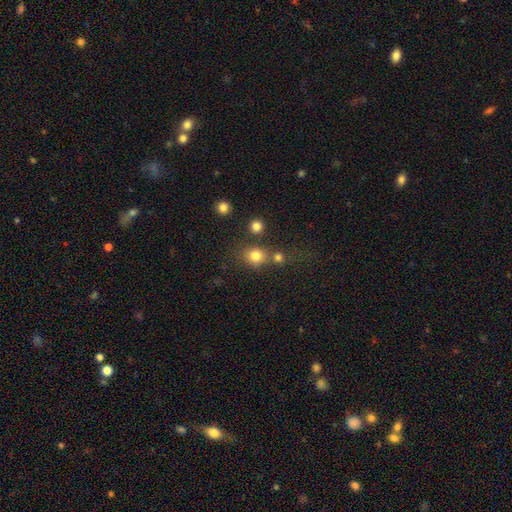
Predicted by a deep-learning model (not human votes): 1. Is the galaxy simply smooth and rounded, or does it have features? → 79% smooth, 14% star or artifact, 7% featured or disk.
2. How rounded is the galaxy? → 81% round, 18% in between, 1% cigar-shaped.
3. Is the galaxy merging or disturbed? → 63% none, 22% merger, 10% minor disturbance, 5% major disturbance.